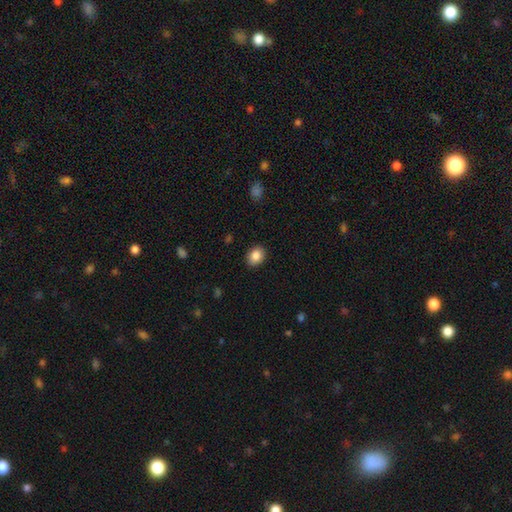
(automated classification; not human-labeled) Morphology: type=smooth (86%); roundness=in between (61%); merging=none (89%).